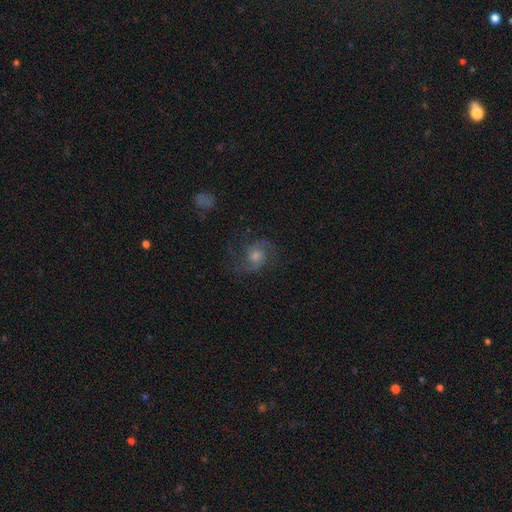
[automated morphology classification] Overall: featured or disk (75%). Edge-on disk: no (97%). Bar: no (68%; weak 28%). Spiral arms: yes (95%). Spiral arm count: 2 (71%). Spiral winding: medium (55%; loose 24%). Bulge size: moderate (54%; small 25%). Merging: none (71%).